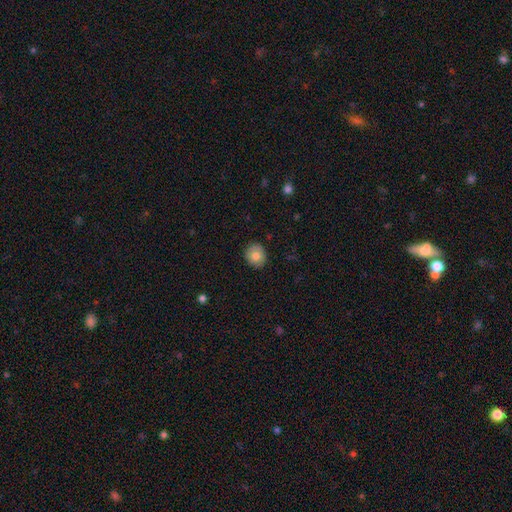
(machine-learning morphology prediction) Overall: smooth (79%). How rounded: round (79%). Merging: none (88%).